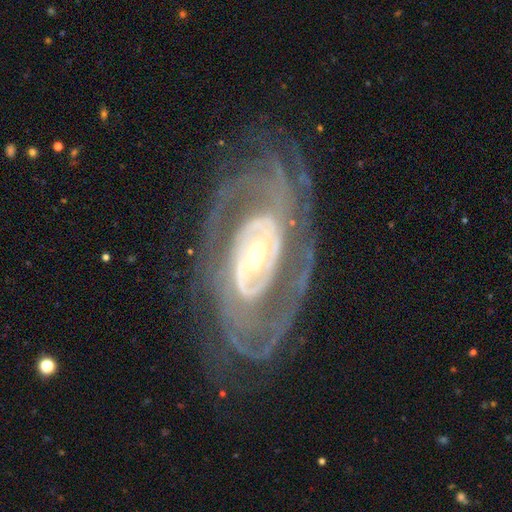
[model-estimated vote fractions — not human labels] smooth_or_featured: featured or disk (p=0.89) [alt: smooth p=0.05]
disk_edge_on: no (p=0.94) [alt: yes p=0.06]
bar: no (p=0.40) [alt: weak p=0.31]
has_spiral_arms: yes (p=0.93) [alt: no p=0.07]
spiral_winding: tight (p=0.62) [alt: medium p=0.29]
spiral_arm_count: 2 (p=0.32) [alt: can't tell p=0.30]
bulge_size: moderate (p=0.45) [tied with: small p=0.45]
merging: none (p=0.71) [alt: minor disturbance p=0.15]